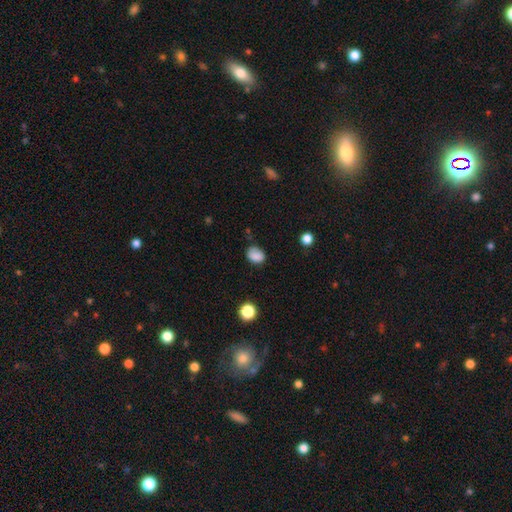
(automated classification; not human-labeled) smooth-or-featured: smooth: 85% | star or artifact: 10% | featured or disk: 5%
  how-rounded: in between: 63% | round: 37% | cigar-shaped: 1%
  merging: none: 68% | minor disturbance: 24% | major disturbance: 5% | merger: 3%